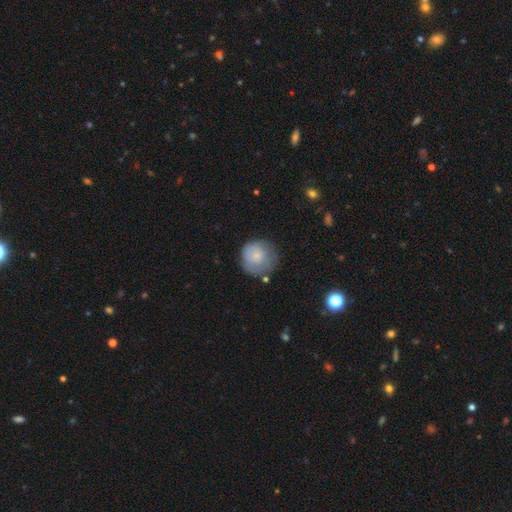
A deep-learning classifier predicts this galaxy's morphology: Smooth or featured? Predicted: smooth (p=0.73). How rounded? Predicted: round (p=0.92). Merging? Predicted: none (p=0.62).